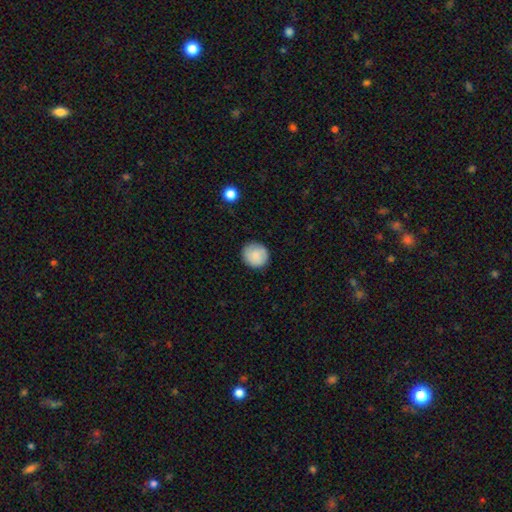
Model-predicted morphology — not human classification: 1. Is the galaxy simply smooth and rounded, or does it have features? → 83% smooth, 10% featured or disk, 7% star or artifact.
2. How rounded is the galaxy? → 91% round, 9% in between, 1% cigar-shaped.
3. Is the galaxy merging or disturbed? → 87% none, 9% minor disturbance, 2% major disturbance, 1% merger.